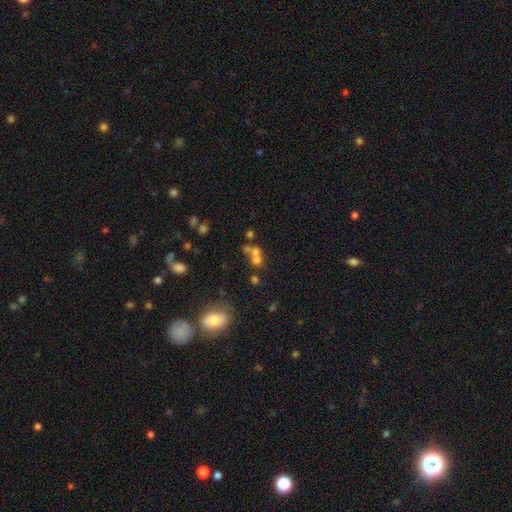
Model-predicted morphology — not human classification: This appears to be a smooth galaxy with no disk features (58%) that is round (71%). Merging: merger (54%).